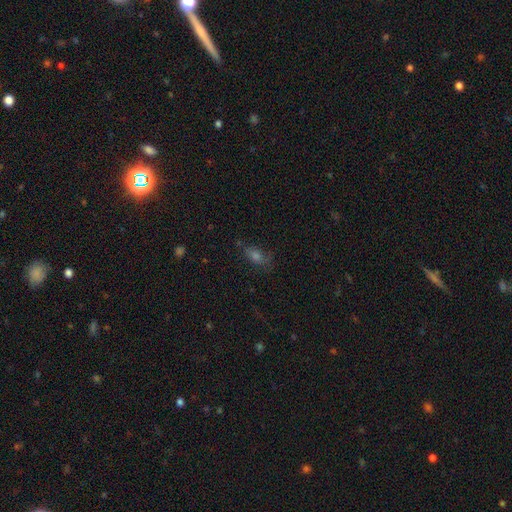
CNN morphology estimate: This appears to be a smooth galaxy with no disk features (50%). Merging: none (68%).